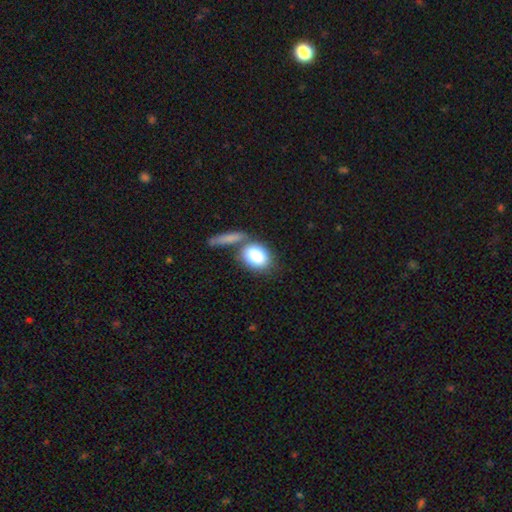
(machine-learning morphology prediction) Smooth or featured? smooth (85%)
How rounded? in between (76%)
Merging? none (49%)